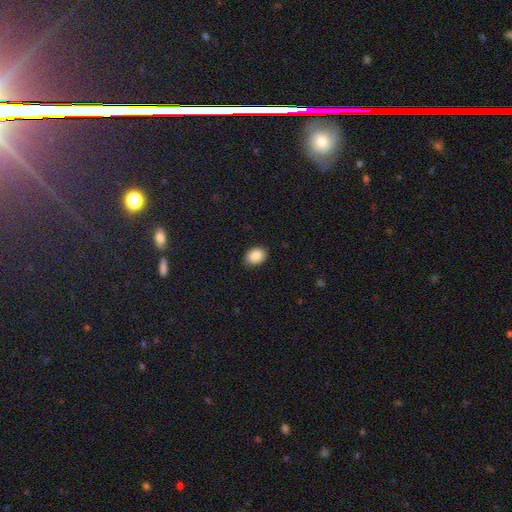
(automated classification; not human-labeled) This is clearly a smooth galaxy (89%). How rounded: likely in between (72%). Merging: clearly none (86%).